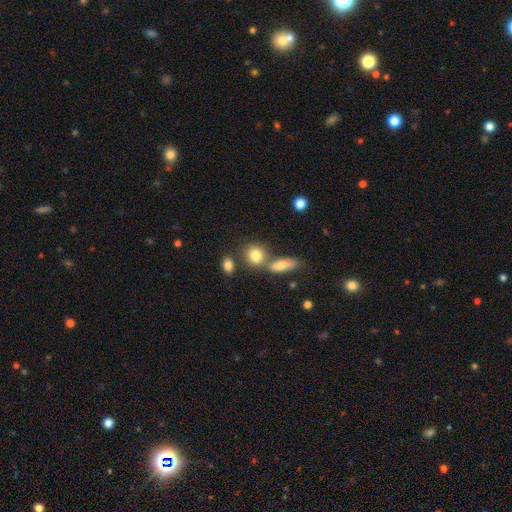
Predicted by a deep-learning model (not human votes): A smooth galaxy with no disk features (80%) that is round (61%). Merging: none (55%).